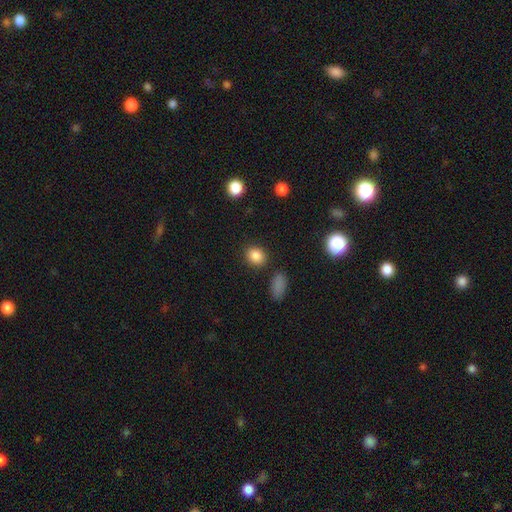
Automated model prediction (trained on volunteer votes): A smooth galaxy with no disk features (86%) that is round (57%).

Vote fractions:
- Smooth or featured? smooth: 86% / star or artifact: 10% / featured or disk: 4%
- How rounded? round: 57% / in between: 41% / cigar-shaped: 1%
- Merging? none: 84% / minor disturbance: 9% / merger: 4% / major disturbance: 3%